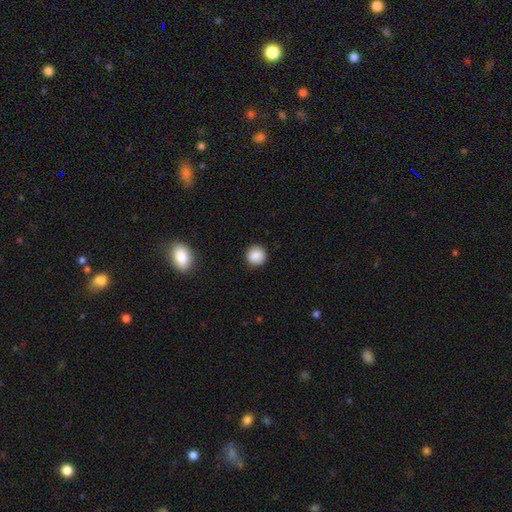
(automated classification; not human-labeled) Morphology: type=smooth (88%); roundness=round (93%); merging=none (91%).